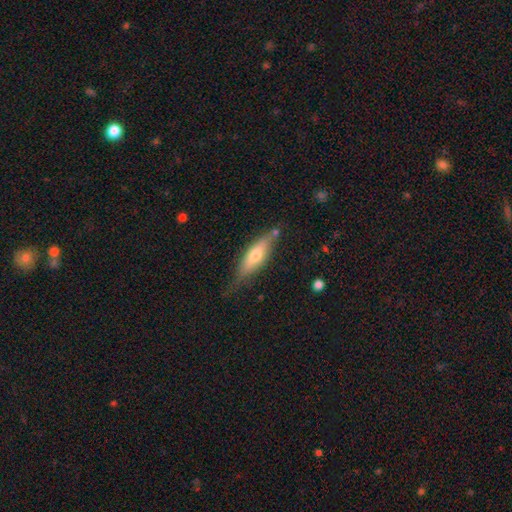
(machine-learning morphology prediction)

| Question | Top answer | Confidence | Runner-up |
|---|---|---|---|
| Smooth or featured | smooth | 53% | featured or disk (41%) |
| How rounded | cigar-shaped | 60% | in between (38%) |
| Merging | none | 66% | minor disturbance (23%) |